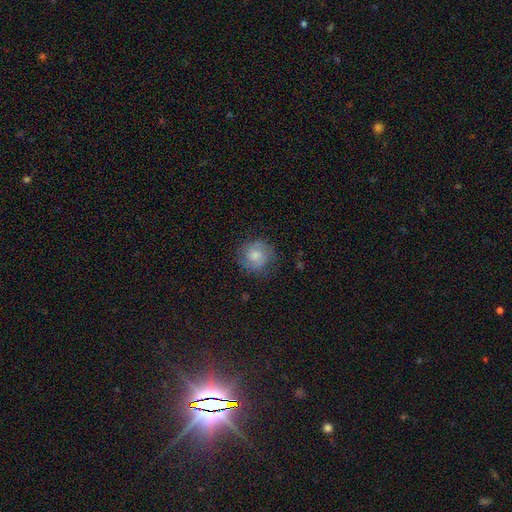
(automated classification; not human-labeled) The model was most divided on "smooth or featured": smooth: 56%, featured or disk: 35%, star or artifact: 8%. More confident: how rounded — round (87%); merging — none (75%).